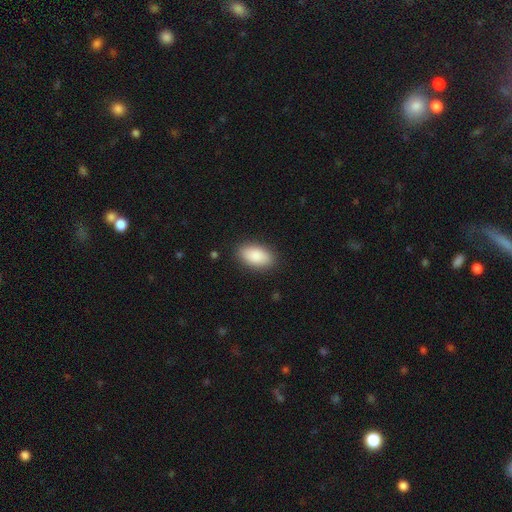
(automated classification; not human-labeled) Smooth or featured?
  - smooth: 89% *
  - star or artifact: 6%
  - featured or disk: 5%
How rounded?
  - in between: 94% *
  - round: 4%
  - cigar-shaped: 2%
Merging?
  - none: 87% *
  - minor disturbance: 9%
  - major disturbance: 2%
  - merger: 1%